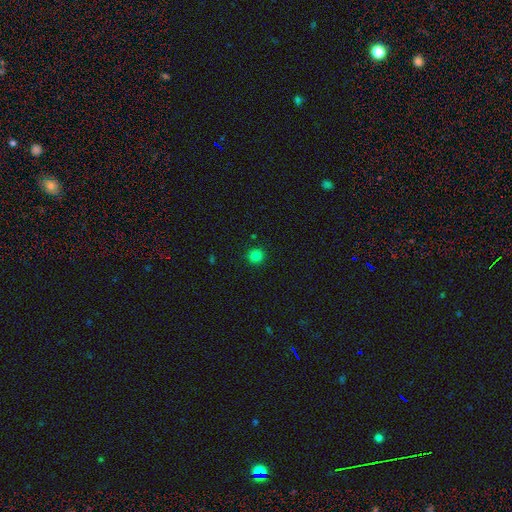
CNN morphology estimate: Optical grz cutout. It shows a smooth galaxy with no disk features (82%) that is round (94%). Merging: none (92%).